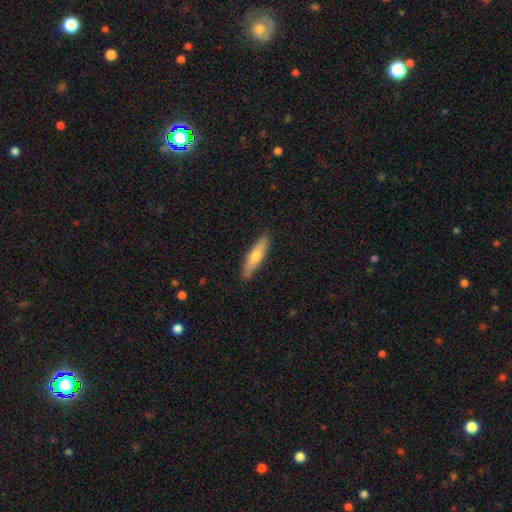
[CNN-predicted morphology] smooth_or_featured: smooth (p=0.57) [alt: featured or disk p=0.37]
how_rounded: cigar-shaped (p=0.77) [alt: in between p=0.21]
merging: none (p=0.89) [alt: minor disturbance p=0.08]